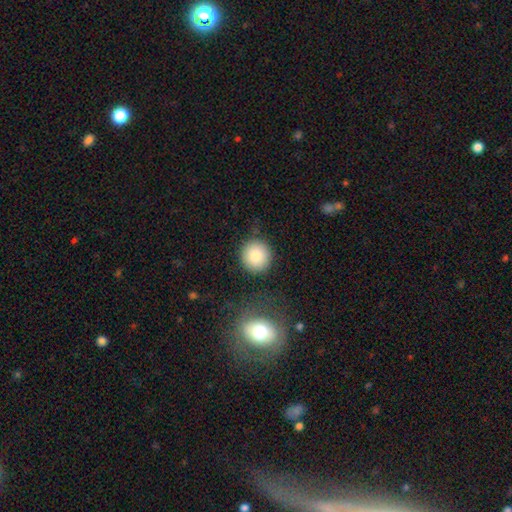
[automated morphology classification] Overall: smooth (84%). How rounded: round (94%). Merging: none (87%).